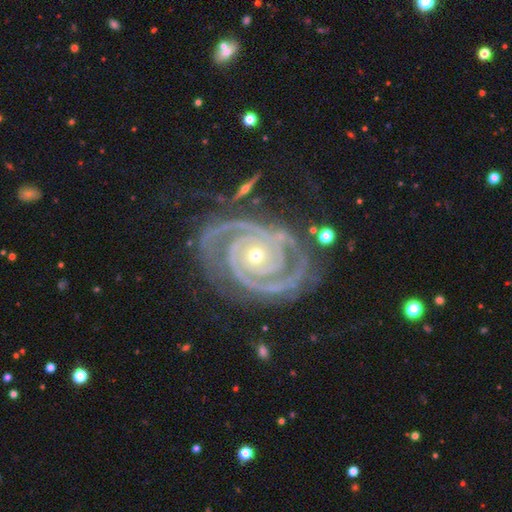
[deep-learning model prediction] Overall: featured or disk (94%). Edge-on disk: no (98%). Bar: no (79%). Spiral arms: yes (99%). Spiral arm count: 2 (79%). Spiral winding: tight (84%). Bulge size: small (61%; moderate 36%). Merging: none (74%).